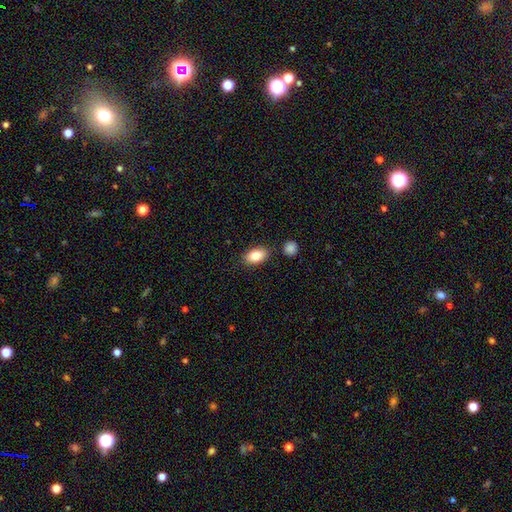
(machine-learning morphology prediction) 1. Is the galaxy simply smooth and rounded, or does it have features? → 83% smooth, 10% featured or disk, 7% star or artifact.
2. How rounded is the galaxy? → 89% in between, 8% round, 2% cigar-shaped.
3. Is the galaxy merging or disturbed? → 82% none, 11% minor disturbance, 5% merger, 3% major disturbance.